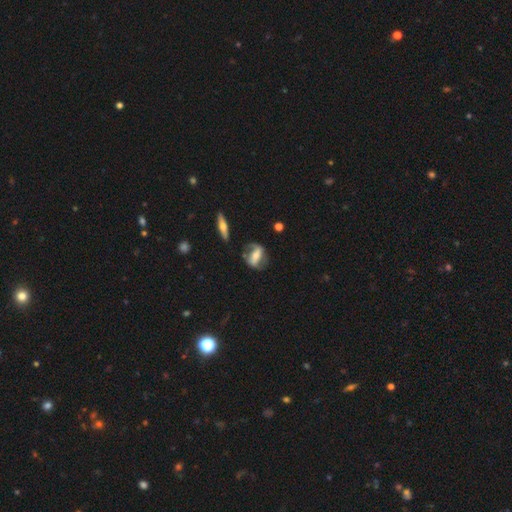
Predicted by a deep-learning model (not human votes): A featured or disk galaxy (62%) with a strong bar (58%), spiral arms (69%) and a moderate central bulge (46%). Merging: none (61%).